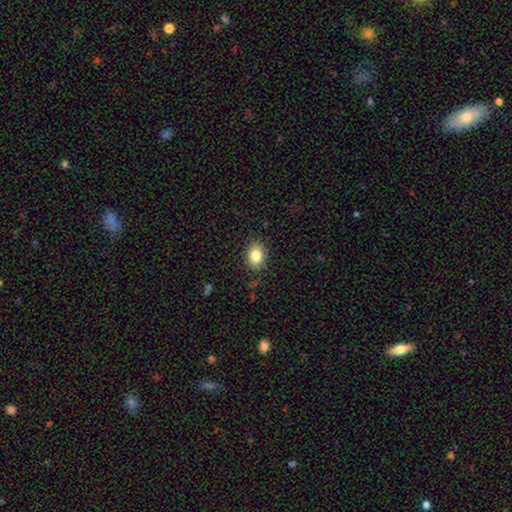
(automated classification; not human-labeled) A smooth galaxy with no disk features (84%) that is in between round and cigar-shaped (74%). Merging: none (86%).